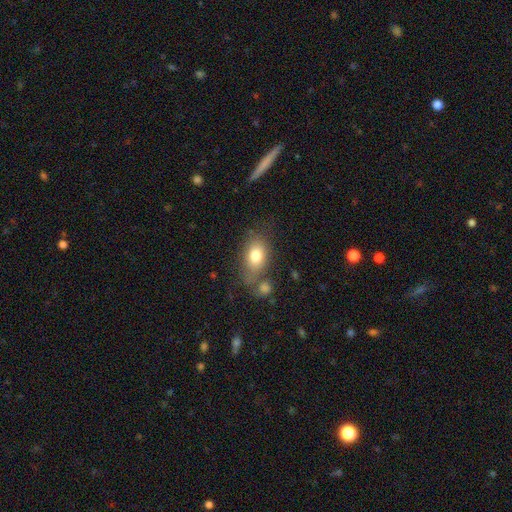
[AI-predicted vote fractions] Smooth or featured?
  - smooth: 78% *
  - featured or disk: 14%
  - star or artifact: 9%
How rounded?
  - in between: 82% *
  - round: 15%
  - cigar-shaped: 3%
Merging?
  - none: 55% *
  - minor disturbance: 19%
  - merger: 18%
  - major disturbance: 9%